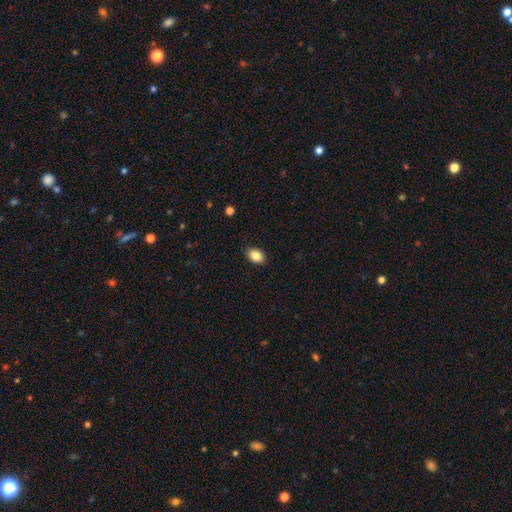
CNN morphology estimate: A smooth galaxy with no disk features (86%) that is in between round and cigar-shaped (76%). Merging: none (89%).